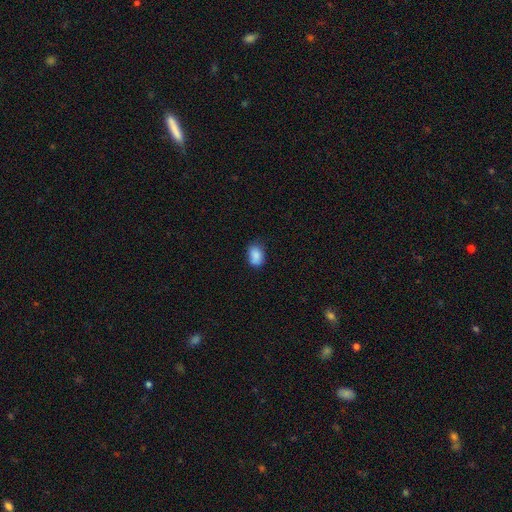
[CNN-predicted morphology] smooth 86%, star or artifact 8%, featured or disk 6%. Down the decision tree: how rounded — in between (79%); merging — none (65%).